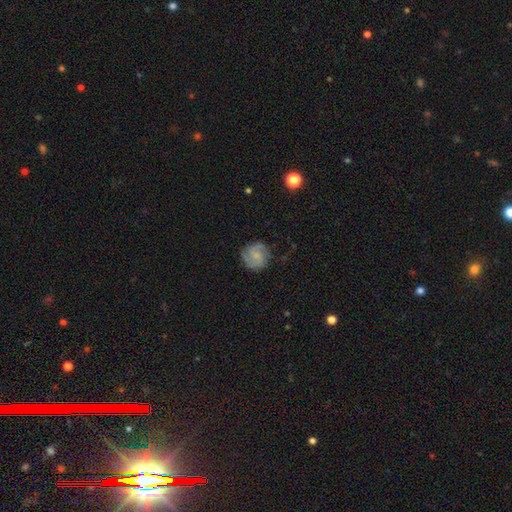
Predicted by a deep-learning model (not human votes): Q: Smooth or featured?
A: featured or disk (69%); runner-up: smooth (24%)
Q: Edge-on disk?
A: no (98%); runner-up: yes (2%)
Q: Bar?
A: no (60%); runner-up: weak (35%)
Q: Spiral arms?
A: yes (94%); runner-up: no (6%)
Q: Spiral winding?
A: tight (45%); runner-up: medium (43%)
Q: Spiral arm count?
A: 2 (62%); runner-up: 3 (16%)
Q: Bulge size?
A: small (50%); runner-up: moderate (24%)
Q: Merging?
A: none (80%); runner-up: minor disturbance (14%)